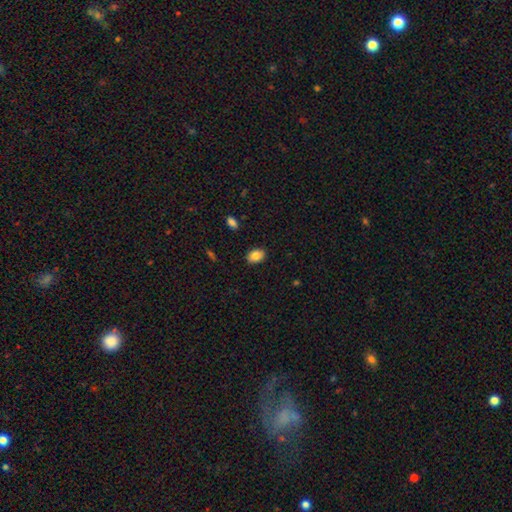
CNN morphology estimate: Smooth or featured: smooth — 85% (star or artifact — 8%)
How rounded: in between — 78% (round — 21%)
Merging: none — 88% (minor disturbance — 9%)